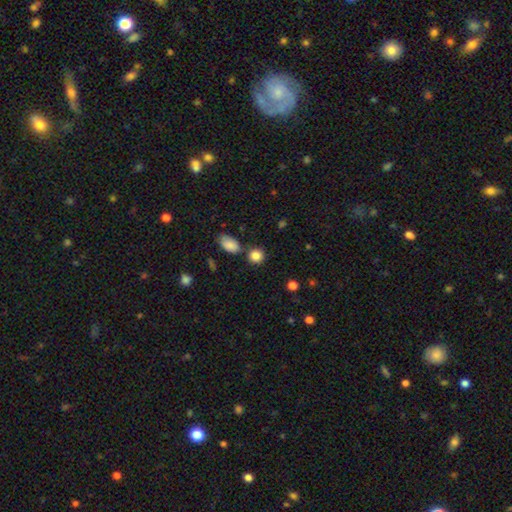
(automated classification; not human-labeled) A smooth galaxy with no disk features (86%) that is round (82%). Merging: none (75%).